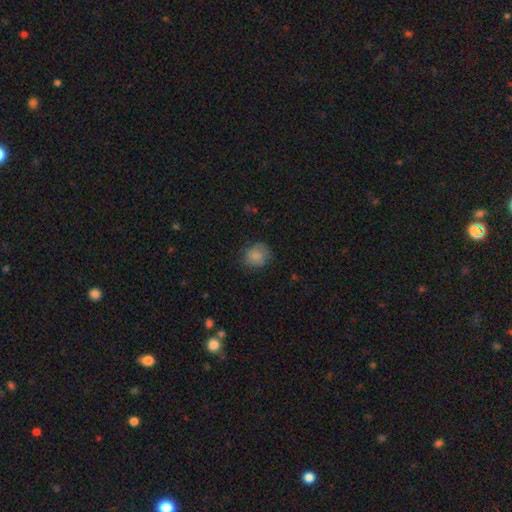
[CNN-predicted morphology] The model was most divided on "merging": none: 72%, minor disturbance: 20%, major disturbance: 7%, merger: 1%. More confident: smooth or featured — smooth (82%); how rounded — round (76%).